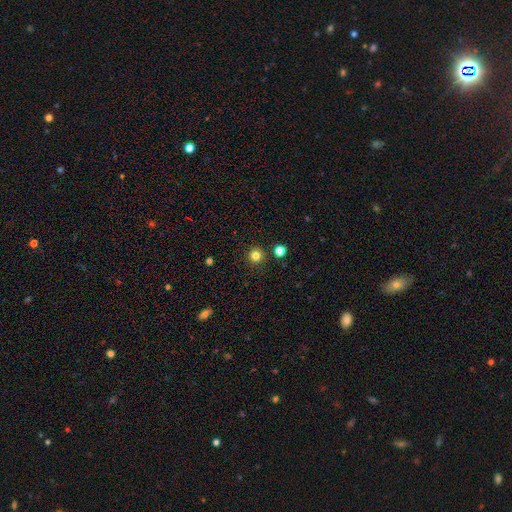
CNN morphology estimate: Q: Smooth or featured?
A: smooth (81%); runner-up: star or artifact (14%)
Q: How rounded?
A: round (96%); runner-up: in between (3%)
Q: Merging?
A: none (91%); runner-up: minor disturbance (5%)